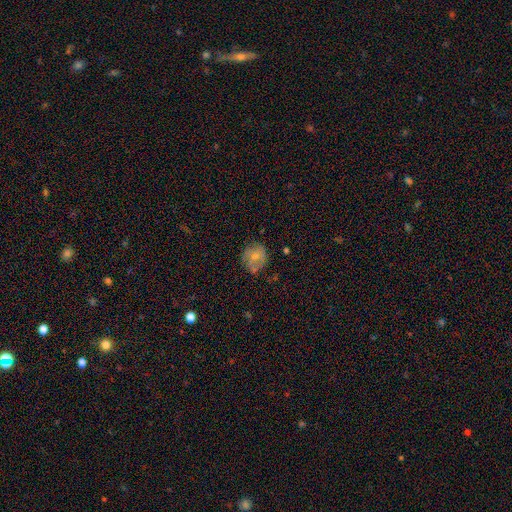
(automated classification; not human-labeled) This is possibly a smooth galaxy (53%). How rounded: clearly round (82%). Merging: likely none (74%).